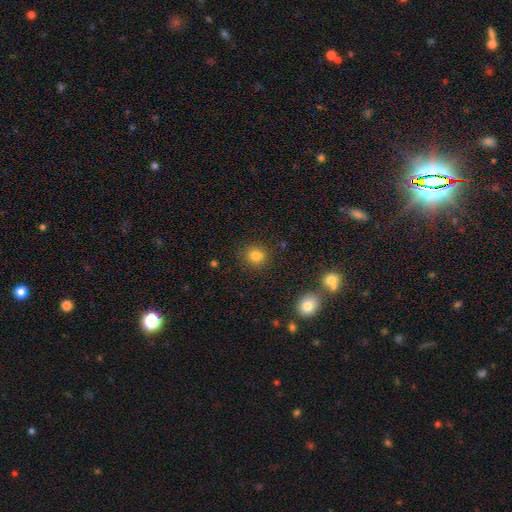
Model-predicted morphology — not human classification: Smooth or featured? Predicted: smooth (p=0.81). How rounded? Predicted: round (p=0.82). Merging? Predicted: none (p=0.83).